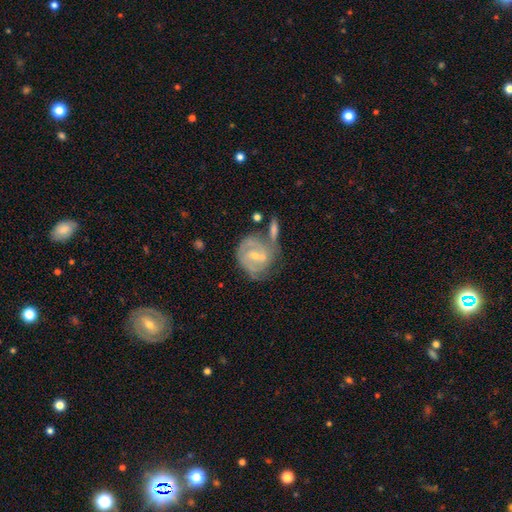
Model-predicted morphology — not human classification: type=featured or disk (77%); edge-on=no (97%); bar=weak (52%); spiral arms=yes (87%); winding=tight (54%); arm count=2 (52%); bulge=small (59%); merging=none (43%).